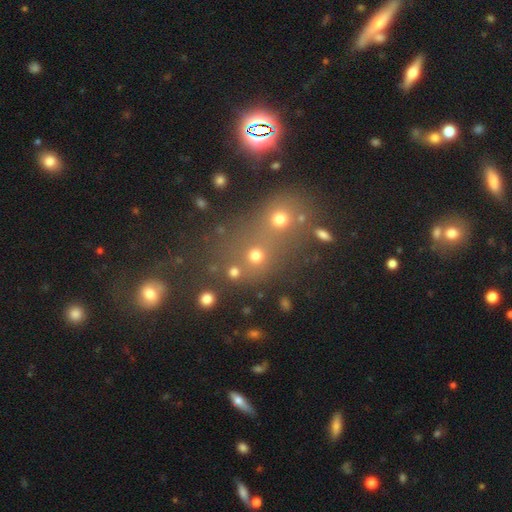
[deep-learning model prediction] A smooth galaxy with no disk features (70%) that is round (80%). Merging: none (52%).